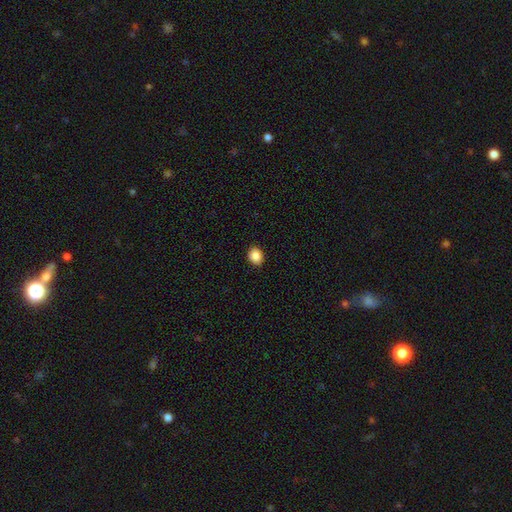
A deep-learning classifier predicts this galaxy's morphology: The model was most divided on "how rounded": round: 56%, in between: 44%, cigar-shaped: 1%. More confident: merging — none (90%); smooth or featured — smooth (88%).